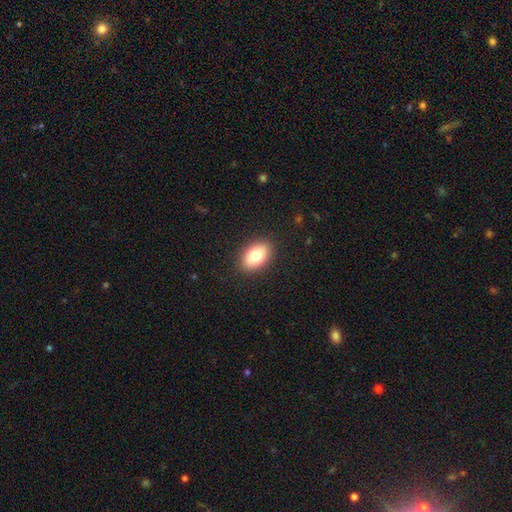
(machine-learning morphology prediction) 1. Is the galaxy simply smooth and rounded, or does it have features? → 80% smooth, 12% featured or disk, 8% star or artifact.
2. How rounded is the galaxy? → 89% in between, 10% round, 2% cigar-shaped.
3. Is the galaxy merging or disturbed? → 89% none, 8% minor disturbance, 2% major disturbance, 1% merger.